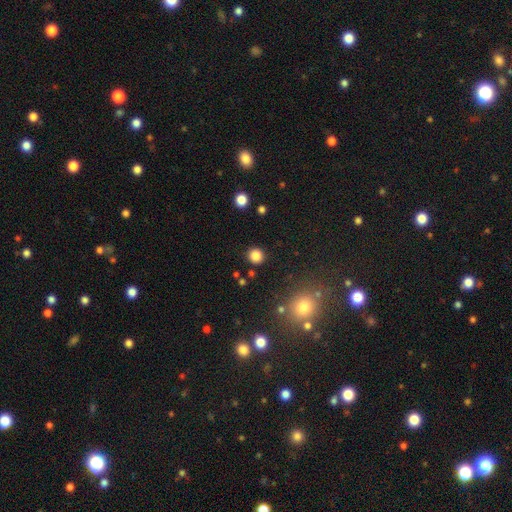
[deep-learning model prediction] Smooth or featured?
  - smooth: 84% *
  - star or artifact: 13%
  - featured or disk: 4%
How rounded?
  - round: 91% *
  - in between: 8%
  - cigar-shaped: 1%
Merging?
  - none: 90% *
  - minor disturbance: 6%
  - major disturbance: 2%
  - merger: 2%